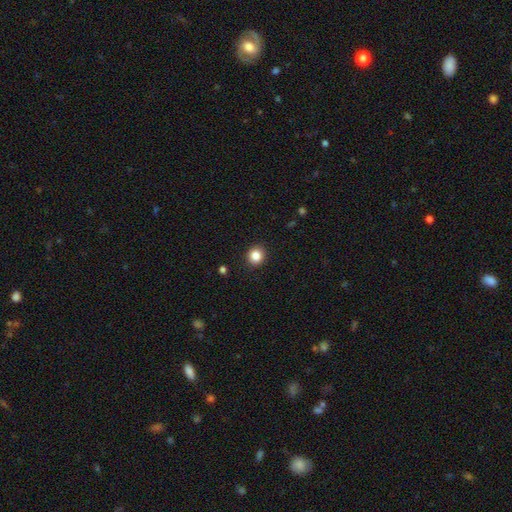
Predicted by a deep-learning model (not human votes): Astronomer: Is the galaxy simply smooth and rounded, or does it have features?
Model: smooth — 85%.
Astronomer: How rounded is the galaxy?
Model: round — 86%.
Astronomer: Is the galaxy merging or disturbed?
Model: none — 92%.